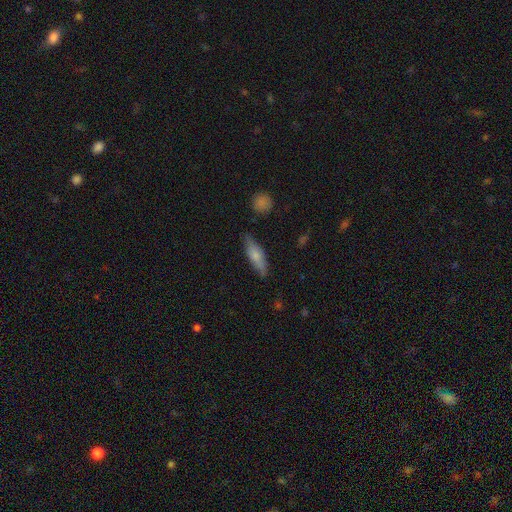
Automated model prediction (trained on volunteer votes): Morphology: type=smooth (68%); roundness=cigar-shaped (51%); merging=none (71%).